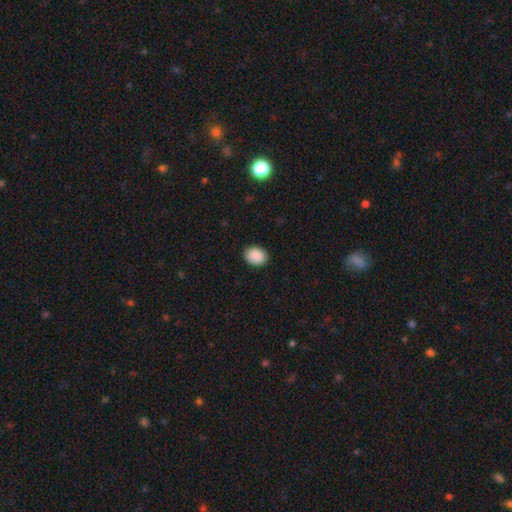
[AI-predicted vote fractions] A smooth galaxy with no disk features (90%) that is in between round and cigar-shaped (62%).

Vote fractions:
- Smooth or featured? smooth: 90% / star or artifact: 7% / featured or disk: 3%
- How rounded? in between: 62% / round: 37% / cigar-shaped: 1%
- Merging? none: 90% / minor disturbance: 8% / major disturbance: 2% / merger: 1%